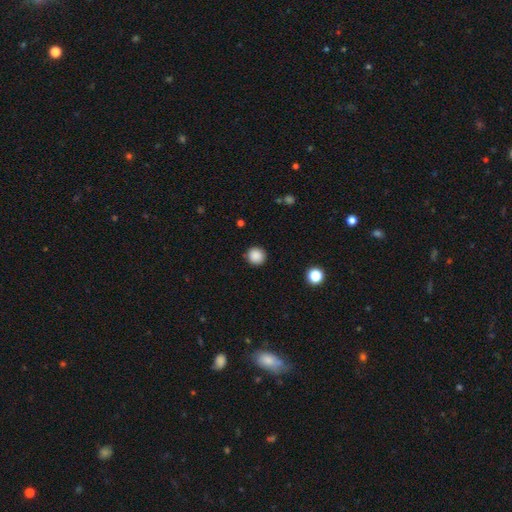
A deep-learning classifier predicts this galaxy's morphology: A smooth galaxy with no disk features (87%) that is round (94%). Merging: none (91%).